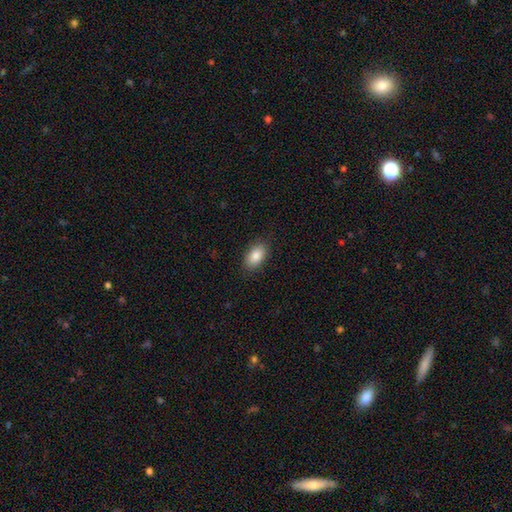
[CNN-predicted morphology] Smooth or featured: smooth — 86% (star or artifact — 7%)
How rounded: in between — 92% (round — 6%)
Merging: none — 86% (minor disturbance — 10%)